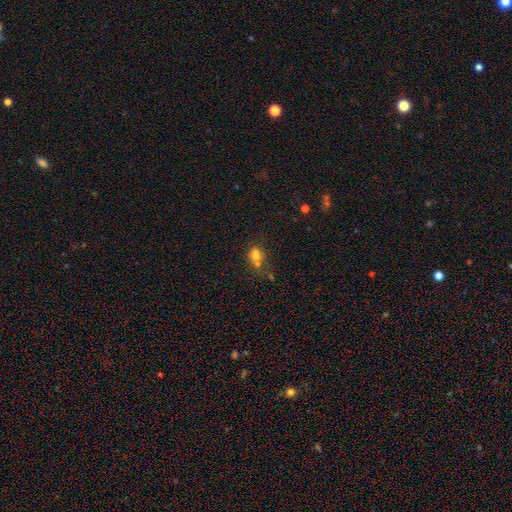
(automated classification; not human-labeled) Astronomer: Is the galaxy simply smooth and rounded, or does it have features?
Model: smooth — 64%.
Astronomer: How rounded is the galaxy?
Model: round — 55% (runner-up: in between, 43%).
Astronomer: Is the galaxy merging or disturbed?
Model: merger — 45% (runner-up: none, 38%).